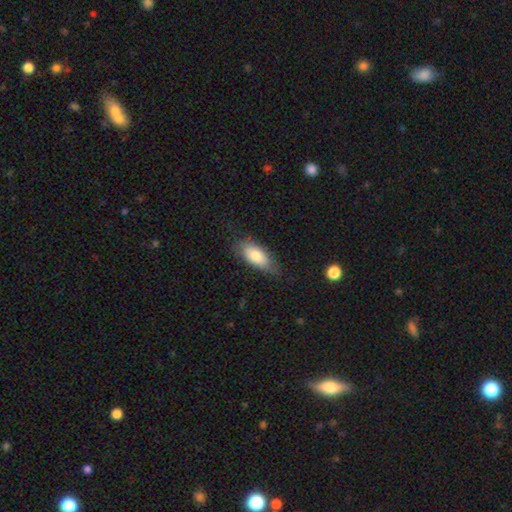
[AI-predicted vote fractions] Morphology: type=smooth (76%); roundness=in between (85%); merging=none (68%).